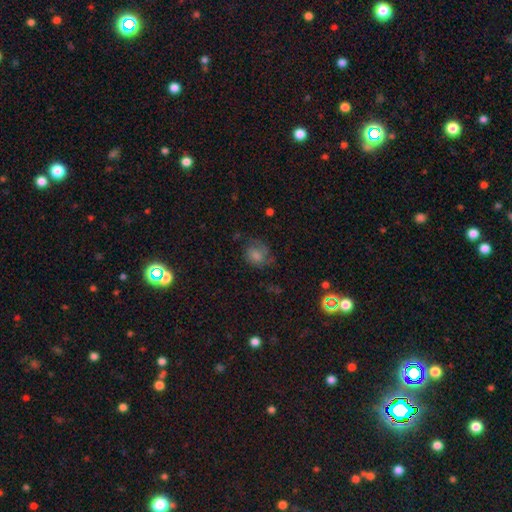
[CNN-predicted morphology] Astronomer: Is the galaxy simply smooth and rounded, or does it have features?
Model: smooth — 44% (runner-up: featured or disk, 32%).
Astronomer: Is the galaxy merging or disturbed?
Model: none — 61%.